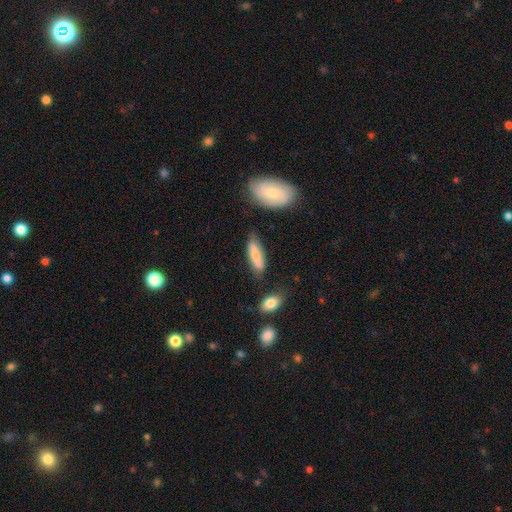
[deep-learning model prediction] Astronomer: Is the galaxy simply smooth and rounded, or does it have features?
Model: smooth — 75%.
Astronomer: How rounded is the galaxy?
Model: cigar-shaped — 65%.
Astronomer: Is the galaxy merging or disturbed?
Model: none — 68%.